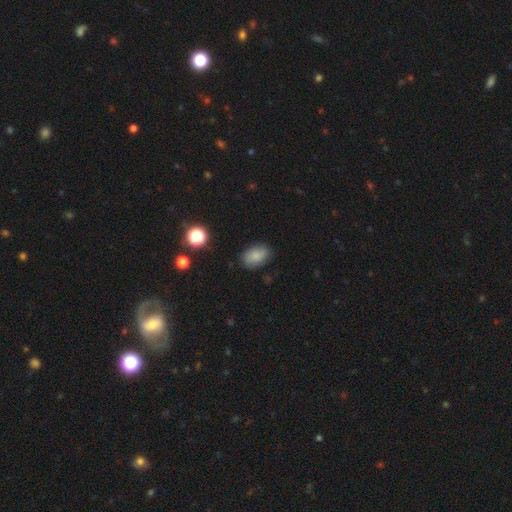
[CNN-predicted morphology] Smooth or featured? smooth (83%)
How rounded? in between (85%)
Merging? none (82%)